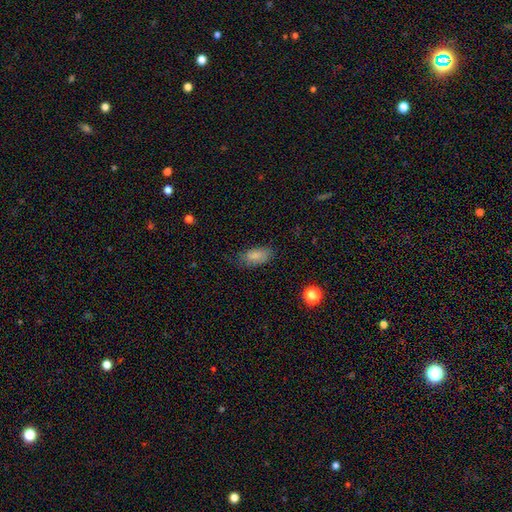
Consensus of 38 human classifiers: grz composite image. It shows a smooth galaxy with no disk features (74%) that is in between round and cigar-shaped (86%). Merging: none (78%).